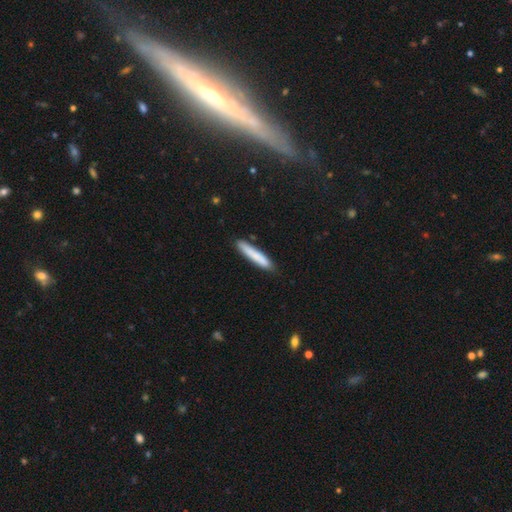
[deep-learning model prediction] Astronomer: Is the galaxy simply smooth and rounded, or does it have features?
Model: smooth — 79%.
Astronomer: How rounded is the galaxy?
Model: cigar-shaped — 93%.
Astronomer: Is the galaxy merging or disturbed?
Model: none — 84%.